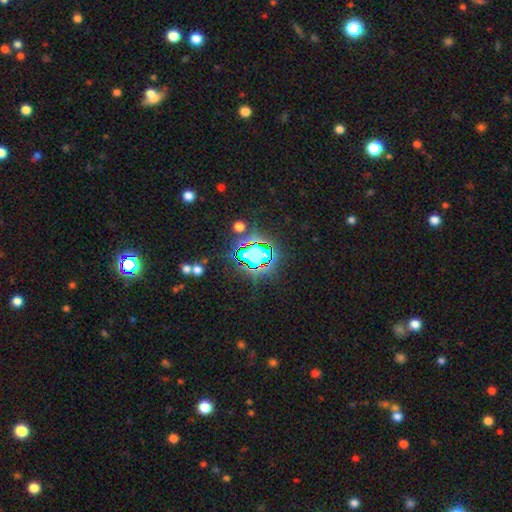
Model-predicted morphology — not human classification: Smooth or featured?
  - star or artifact: 71% *
  - smooth: 17%
  - featured or disk: 12%